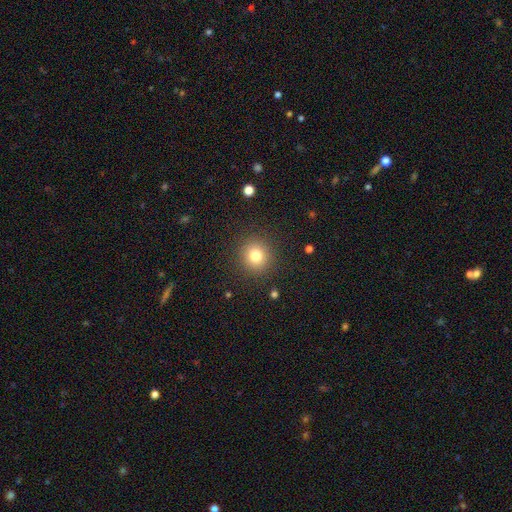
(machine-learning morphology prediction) Smooth or featured: smooth — 79% (star or artifact — 13%)
How rounded: round — 91% (in between — 8%)
Merging: none — 89% (minor disturbance — 6%)